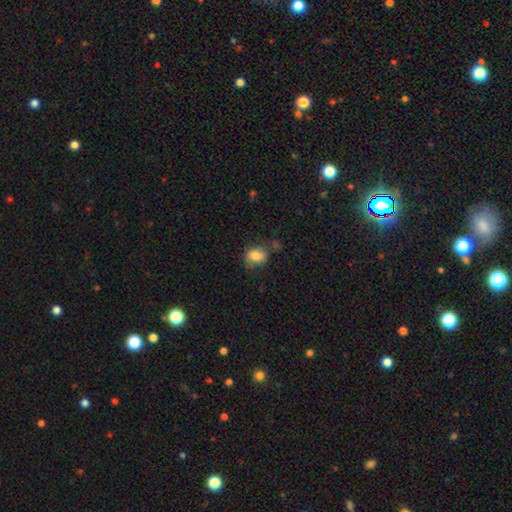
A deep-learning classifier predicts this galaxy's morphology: A smooth galaxy with no disk features (80%) that is in between round and cigar-shaped (57%). Merging: none (64%).